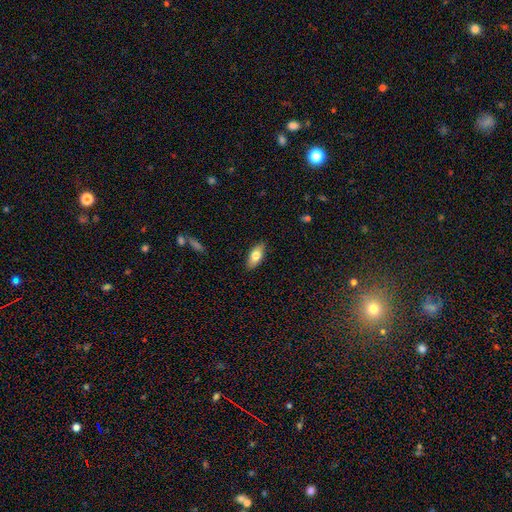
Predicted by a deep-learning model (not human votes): Morphology: type=smooth (78%); roundness=in between (86%); merging=none (87%).